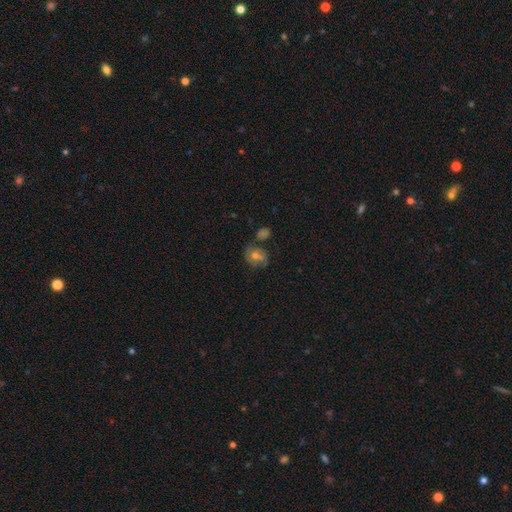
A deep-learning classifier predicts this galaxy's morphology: Q: Smooth or featured?
A: smooth (48%); runner-up: featured or disk (39%)
Q: Merging?
A: none (60%); runner-up: minor disturbance (20%)